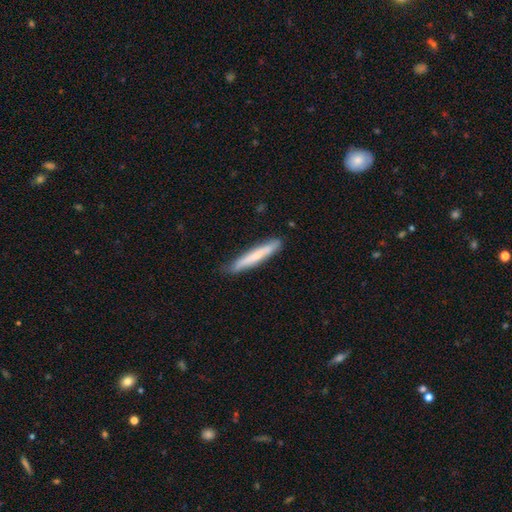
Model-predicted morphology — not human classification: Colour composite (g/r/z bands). It shows a smooth galaxy with no disk features (56%) that is cigar-shaped (94%). Merging: none (84%).